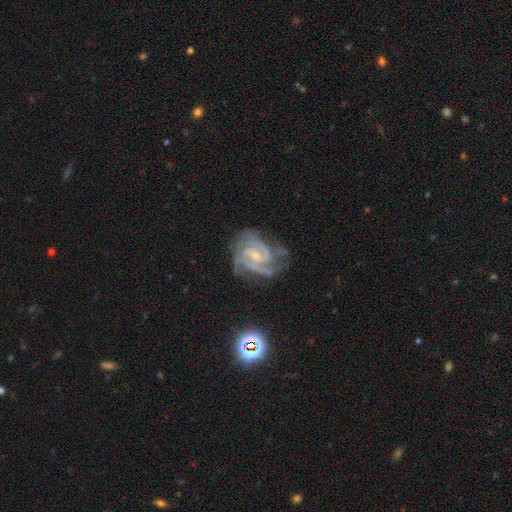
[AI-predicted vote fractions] The model was most divided on "spiral winding": tight: 51%, medium: 43%, loose: 6%. Remaining: spiral arms — yes (98%); edge-on disk — no (98%); smooth or featured — featured or disk (91%); bulge size — small (67%); merging — none (64%); bar — weak (49%); spiral arm count — 3 (40%).